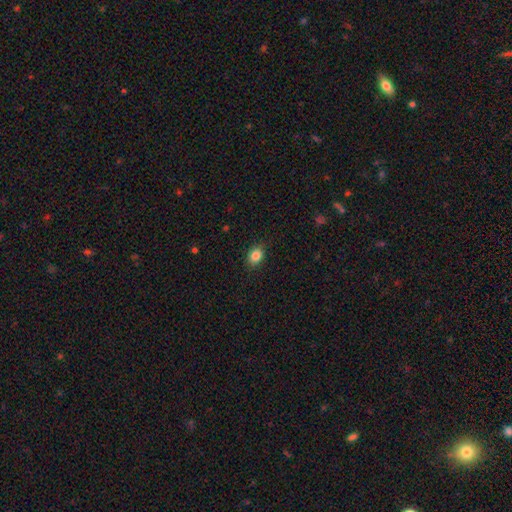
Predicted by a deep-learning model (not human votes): This appears to be a smooth galaxy with no disk features (84%) that is in between round and cigar-shaped (61%). Merging: none (86%).